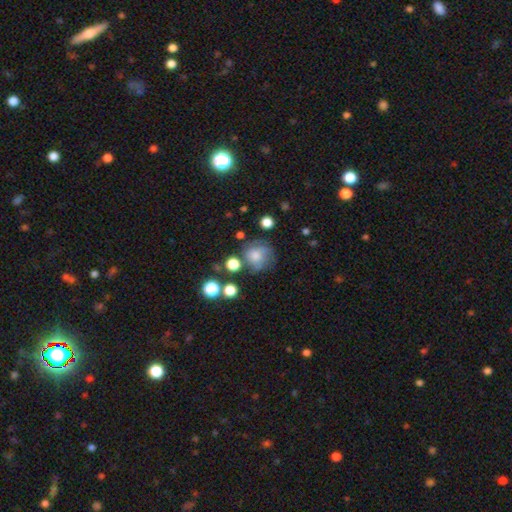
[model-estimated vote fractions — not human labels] This is possibly a smooth galaxy (60%). How rounded: clearly round (86%). Merging: likely none (61%).